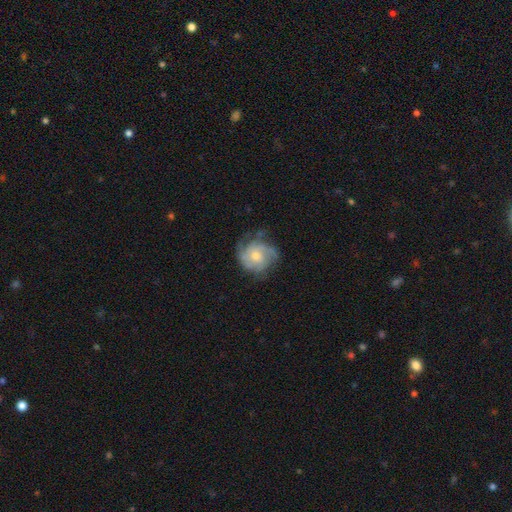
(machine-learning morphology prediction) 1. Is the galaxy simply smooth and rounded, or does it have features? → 68% featured or disk, 25% smooth, 7% star or artifact.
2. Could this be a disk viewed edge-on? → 98% no, 2% yes.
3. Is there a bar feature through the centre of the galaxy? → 77% no, 21% weak, 3% strong.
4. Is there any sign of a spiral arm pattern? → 85% yes, 15% no.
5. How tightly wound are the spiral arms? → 48% tight, 37% medium, 15% loose.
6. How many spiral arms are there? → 33% can't tell, 26% 3, 22% 2, 9% 4, 5% 1, 4% more than 4.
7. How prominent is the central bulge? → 57% moderate, 34% small, 5% large, 2% none, 1% dominant.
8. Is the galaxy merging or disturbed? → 61% none, 24% minor disturbance, 13% major disturbance, 2% merger.